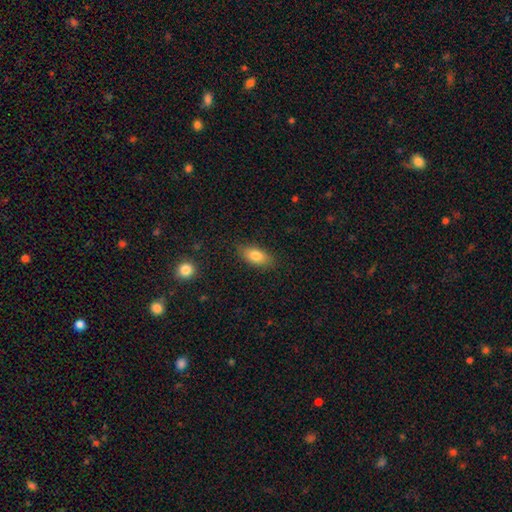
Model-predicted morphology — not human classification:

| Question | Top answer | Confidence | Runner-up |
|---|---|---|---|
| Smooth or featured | smooth | 81% | featured or disk (12%) |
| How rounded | in between | 87% | cigar-shaped (8%) |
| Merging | none | 84% | minor disturbance (12%) |